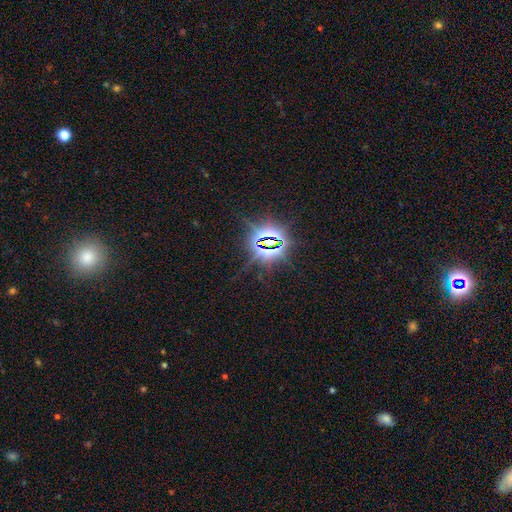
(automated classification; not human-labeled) Smooth or featured?
  - star or artifact: 83% *
  - smooth: 9%
  - featured or disk: 7%